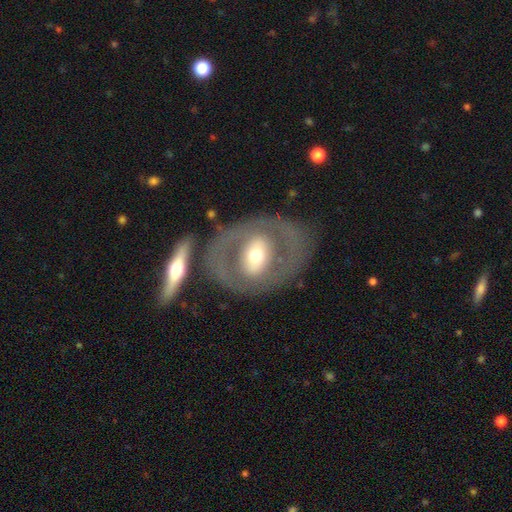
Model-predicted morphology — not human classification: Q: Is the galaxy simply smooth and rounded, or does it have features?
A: featured or disk — 62%.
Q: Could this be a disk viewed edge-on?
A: no — 91%.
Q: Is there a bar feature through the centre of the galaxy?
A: no — 49%.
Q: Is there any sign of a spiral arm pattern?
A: no — 82%.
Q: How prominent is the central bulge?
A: moderate — 65%.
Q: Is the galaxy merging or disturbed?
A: none — 73%.